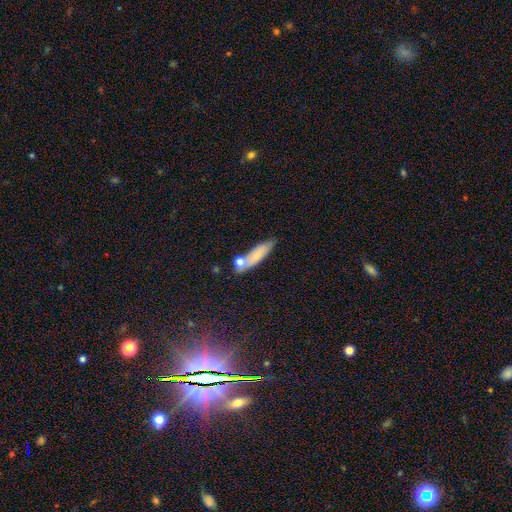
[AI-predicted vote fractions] Smooth or featured? Predicted: smooth (p=0.69). How rounded? Predicted: cigar-shaped (p=0.64). Merging? Predicted: none (p=0.61).